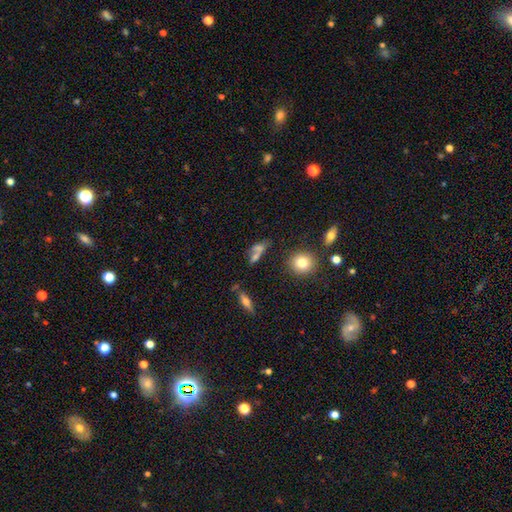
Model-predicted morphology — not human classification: Q: Smooth or featured?
A: smooth (58%); runner-up: featured or disk (25%)
Q: How rounded?
A: in between (52%); runner-up: cigar-shaped (26%)
Q: Merging?
A: none (44%); runner-up: merger (33%)